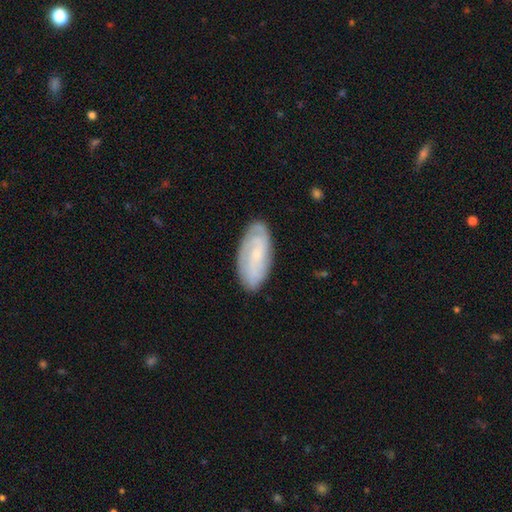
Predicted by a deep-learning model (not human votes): Smooth or featured? Predicted: featured or disk (p=0.58). Edge-on disk? Predicted: no (p=0.92). Bar? Predicted: no (p=0.63). Spiral arms? Predicted: yes (p=0.86). Bulge size? Predicted: small (p=0.73). Merging? Predicted: none (p=0.82).